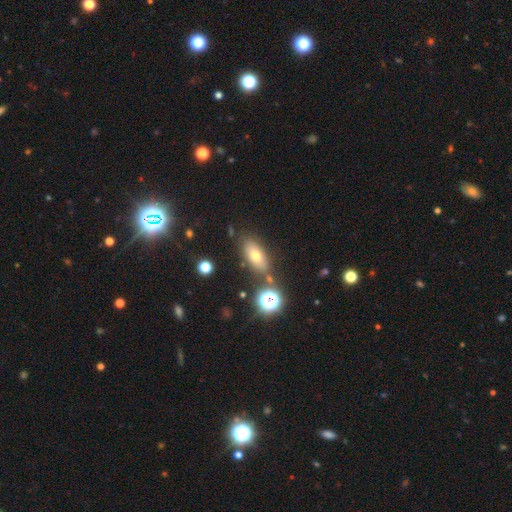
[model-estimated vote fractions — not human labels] Smooth or featured: smooth — 67% (featured or disk — 18%)
How rounded: in between — 77% (cigar-shaped — 14%)
Merging: none — 77% (minor disturbance — 13%)